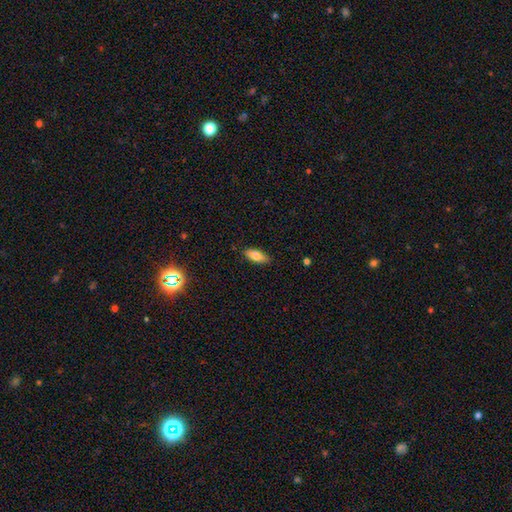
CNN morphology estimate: smooth-or-featured: smooth: 75% | featured or disk: 17% | star or artifact: 8%
  how-rounded: in between: 78% | cigar-shaped: 20% | round: 3%
  merging: none: 85% | minor disturbance: 12% | major disturbance: 2% | merger: 1%